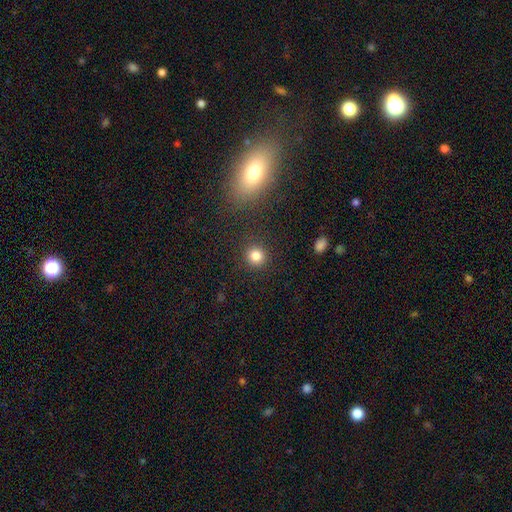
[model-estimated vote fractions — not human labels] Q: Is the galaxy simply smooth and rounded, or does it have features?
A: smooth — 83%.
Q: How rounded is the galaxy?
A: round — 92%.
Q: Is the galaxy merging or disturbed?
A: none — 90%.